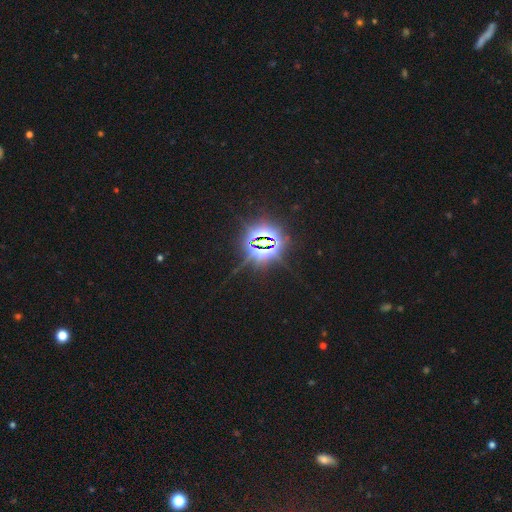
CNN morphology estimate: type=star or artifact (85%).